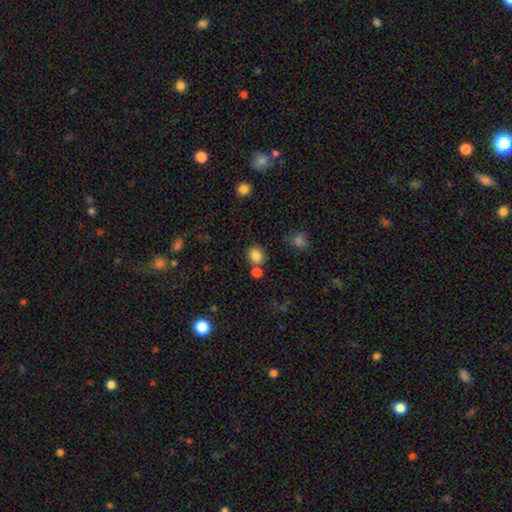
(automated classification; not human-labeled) This appears to be a smooth galaxy with no disk features (84%) that is round (73%). Merging: none (72%).